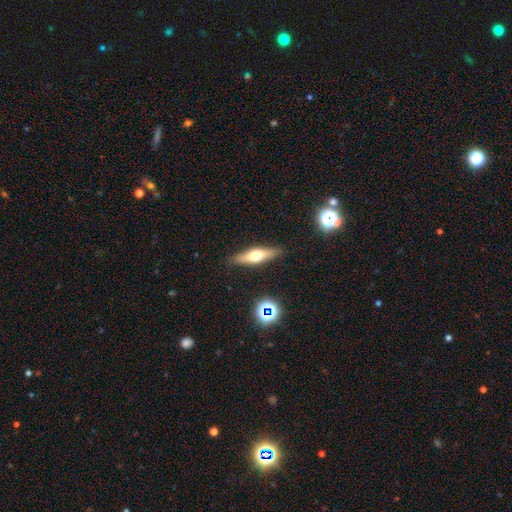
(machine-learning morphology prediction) A featured or disk galaxy (46%, tied with smooth).

Vote fractions:
- Smooth or featured? featured or disk: 46% (tied) / smooth: 46% (tied) / star or artifact: 8%
- Merging? none: 87% / minor disturbance: 9% / major disturbance: 2% / merger: 2%